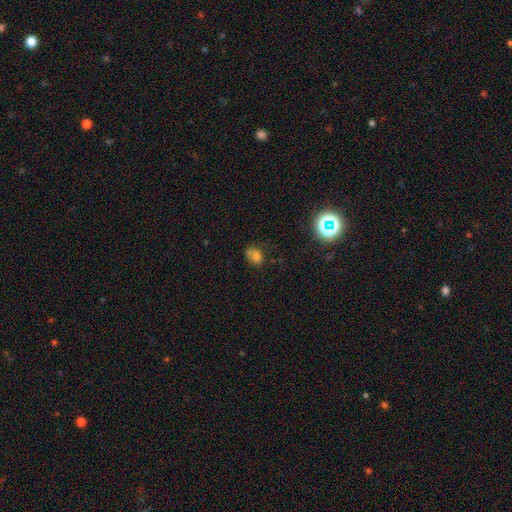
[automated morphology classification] A smooth galaxy with no disk features (69%) that is in between round and cigar-shaped (54%). Merging: none (48%).